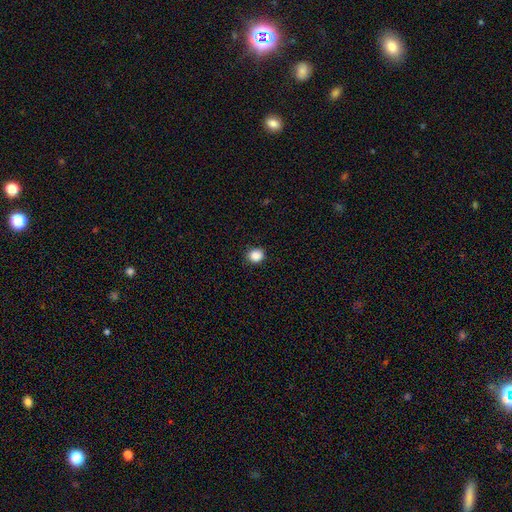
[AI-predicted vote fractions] This appears to be a smooth galaxy with no disk features (87%) that is round (81%). Merging: none (90%).